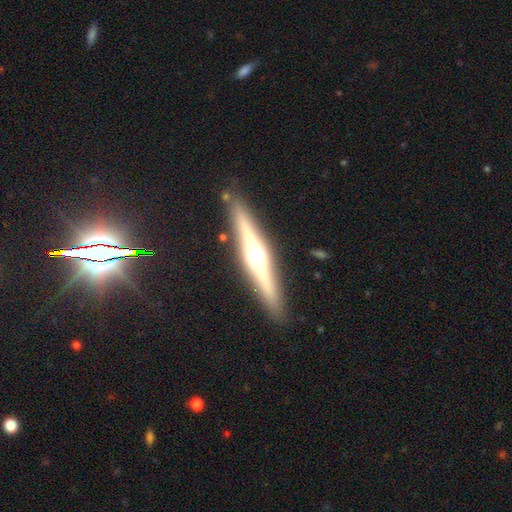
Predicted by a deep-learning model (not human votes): Smooth or featured? Predicted: featured or disk (p=0.75). Edge-on disk? Predicted: yes (p=0.97). Edge-on bulge? Predicted: rounded (p=0.89). Merging? Predicted: none (p=0.89).